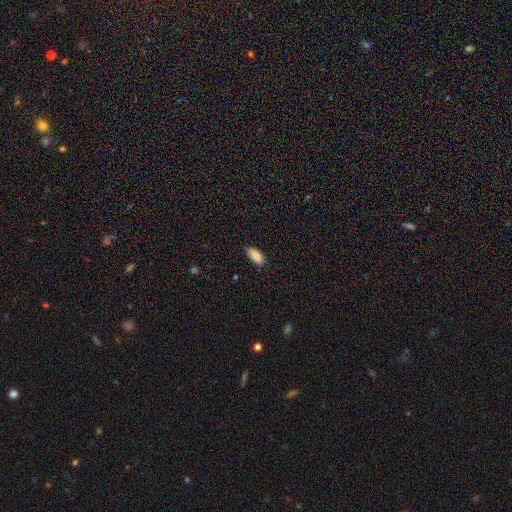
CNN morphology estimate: A smooth galaxy with no disk features (89%) that is in between round and cigar-shaped (86%).

Vote fractions:
- Smooth or featured? smooth: 89% / star or artifact: 7% / featured or disk: 5%
- How rounded? in between: 86% / cigar-shaped: 12% / round: 2%
- Merging? none: 82% / minor disturbance: 14% / major disturbance: 2% / merger: 1%